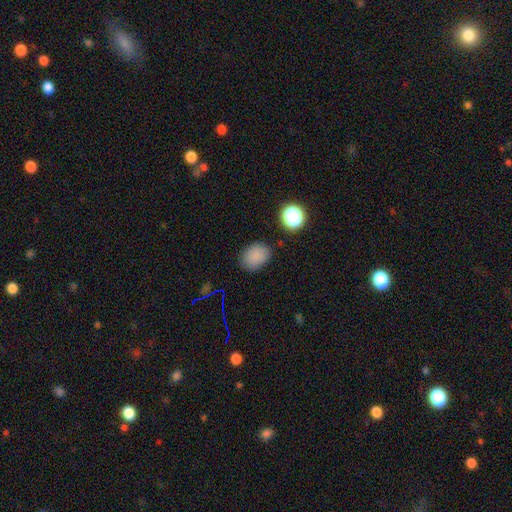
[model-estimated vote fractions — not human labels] smooth 84%, star or artifact 12%, featured or disk 5%. Down the decision tree: how rounded — in between (68%); merging — none (82%).